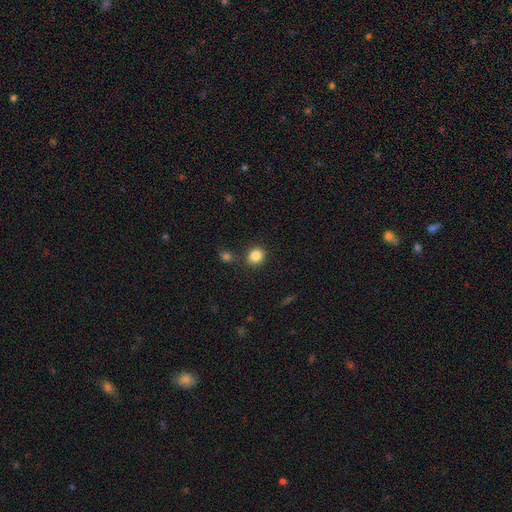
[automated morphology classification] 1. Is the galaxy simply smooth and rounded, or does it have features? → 84% smooth, 11% star or artifact, 5% featured or disk.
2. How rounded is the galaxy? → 82% round, 17% in between, 1% cigar-shaped.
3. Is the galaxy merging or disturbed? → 80% none, 10% minor disturbance, 7% merger, 3% major disturbance.